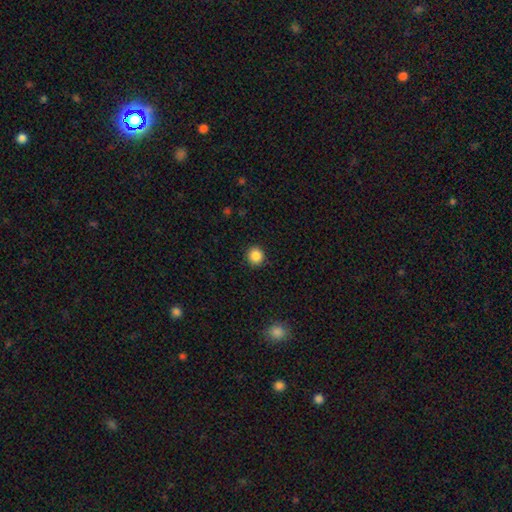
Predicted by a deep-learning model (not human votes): This appears to be a smooth galaxy with no disk features (87%) that is round (92%). Merging: none (91%).